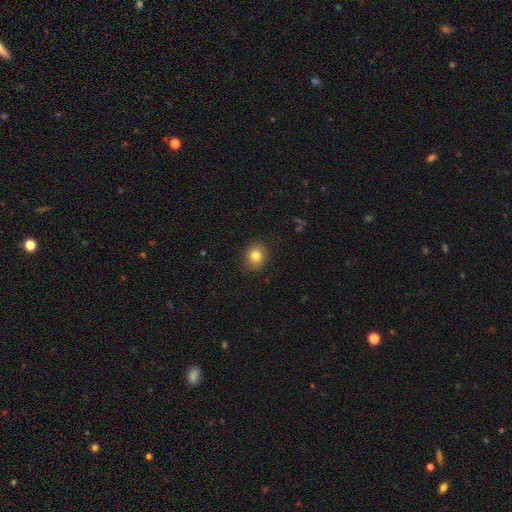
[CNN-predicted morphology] Overall: smooth (81%). How rounded: round (71%). Merging: none (88%).